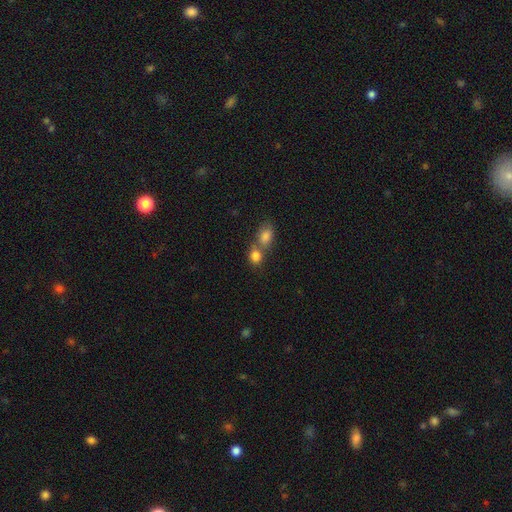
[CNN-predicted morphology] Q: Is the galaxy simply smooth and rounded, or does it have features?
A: smooth — 83%.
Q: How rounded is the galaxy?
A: round — 53%.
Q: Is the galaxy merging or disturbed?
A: merger — 55%.